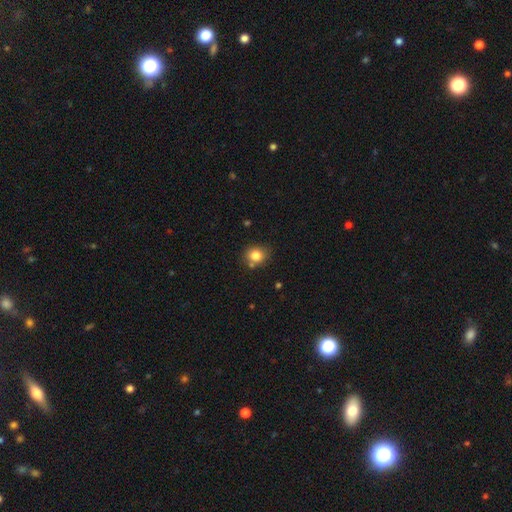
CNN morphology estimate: A smooth galaxy with no disk features (82%) that is round (75%). Merging: none (75%).